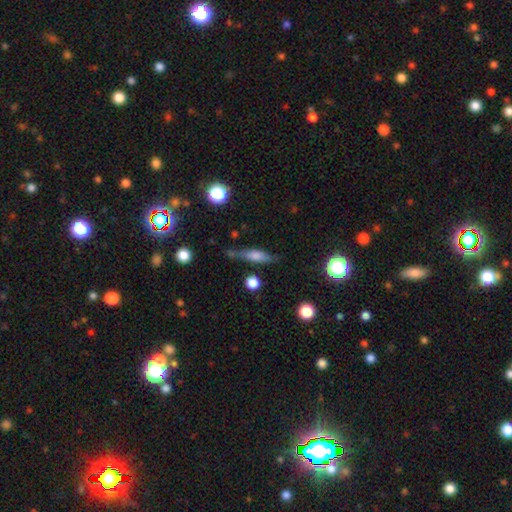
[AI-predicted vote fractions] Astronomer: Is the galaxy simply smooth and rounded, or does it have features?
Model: smooth — 57% (runner-up: featured or disk, 33%).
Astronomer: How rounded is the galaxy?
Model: cigar-shaped — 65%.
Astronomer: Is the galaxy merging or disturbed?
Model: none — 63%.